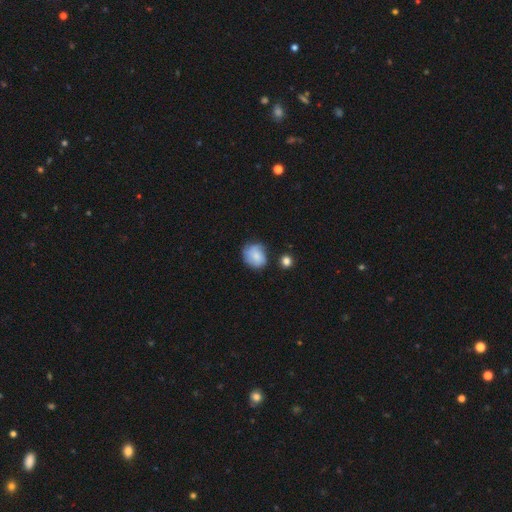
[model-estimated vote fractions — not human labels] The model was most divided on "how rounded": round: 62%, in between: 37%, cigar-shaped: 1%. More confident: smooth or featured — smooth (67%); merging — none (59%).